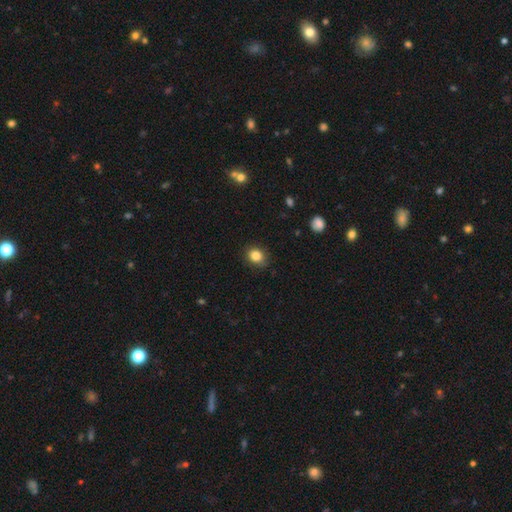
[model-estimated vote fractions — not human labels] Smooth or featured: smooth — 85% (star or artifact — 10%)
How rounded: round — 64% (in between — 35%)
Merging: none — 86% (minor disturbance — 11%)